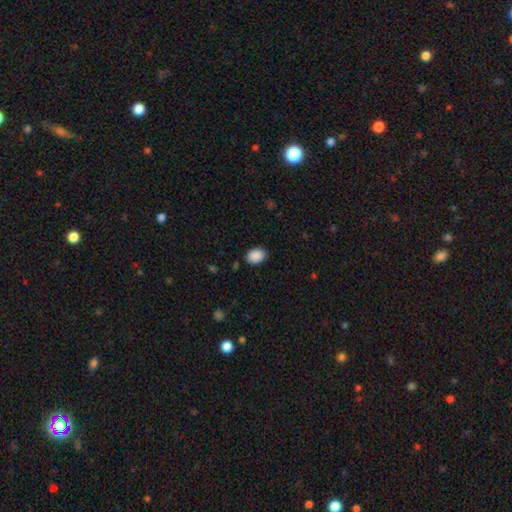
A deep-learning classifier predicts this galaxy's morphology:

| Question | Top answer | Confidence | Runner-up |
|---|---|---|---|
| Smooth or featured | smooth | 90% | star or artifact (7%) |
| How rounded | in between | 75% | round (24%) |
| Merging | none | 88% | minor disturbance (9%) |